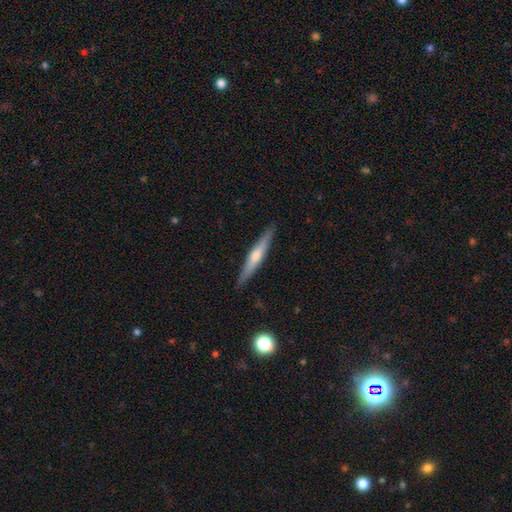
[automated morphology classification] Smooth or featured? featured or disk (57%)
Edge-on disk? yes (97%)
Edge-on bulge? rounded (78%)
Merging? none (90%)